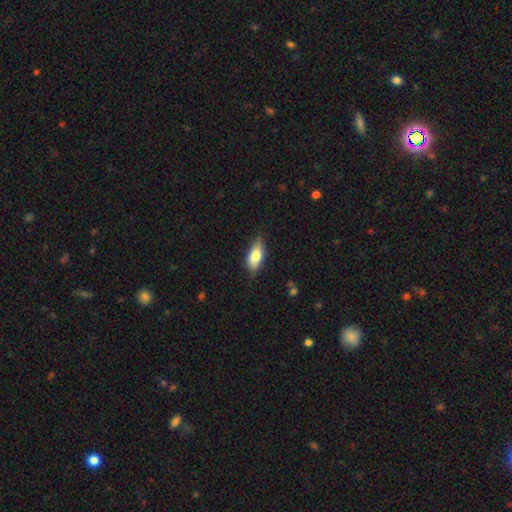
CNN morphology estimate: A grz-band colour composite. It shows a smooth galaxy with no disk features (77%) that is in between round and cigar-shaped (84%). Merging: none (68%).